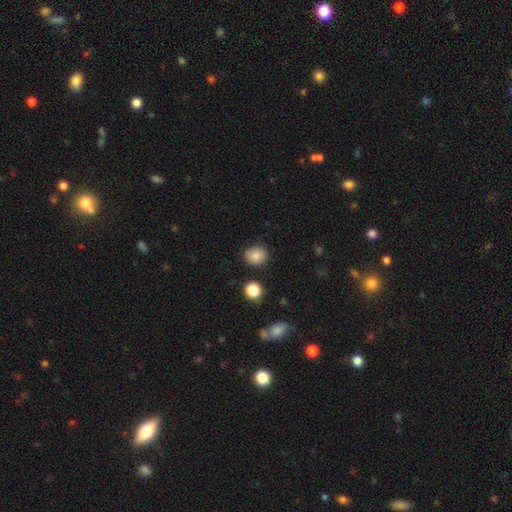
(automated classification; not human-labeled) This appears to be a smooth galaxy with no disk features (84%) that is round (79%). Merging: none (85%).